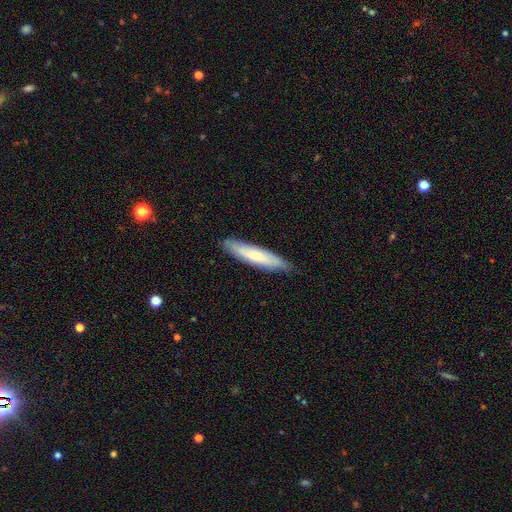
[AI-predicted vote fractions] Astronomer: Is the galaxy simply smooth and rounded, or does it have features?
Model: smooth — 52% (runner-up: featured or disk, 42%).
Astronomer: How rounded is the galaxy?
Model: cigar-shaped — 80%.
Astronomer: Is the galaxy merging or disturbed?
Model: none — 83%.